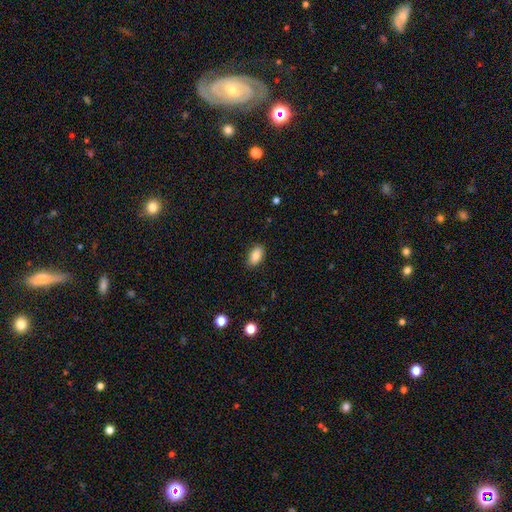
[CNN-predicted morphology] A smooth galaxy with no disk features (84%) that is in between round and cigar-shaped (91%). Merging: none (87%).